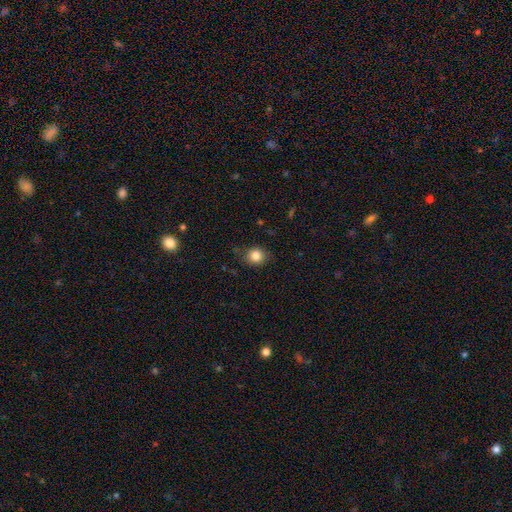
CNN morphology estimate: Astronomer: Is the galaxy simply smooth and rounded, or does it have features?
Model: smooth — 83%.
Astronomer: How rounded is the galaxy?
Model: round — 72%.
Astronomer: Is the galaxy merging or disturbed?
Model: none — 82%.